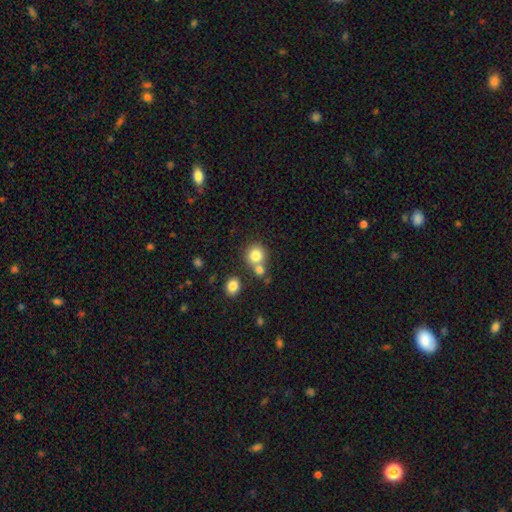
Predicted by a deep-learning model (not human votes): This appears to be a smooth galaxy with no disk features (81%) that is round (88%). Merging: none (58%).